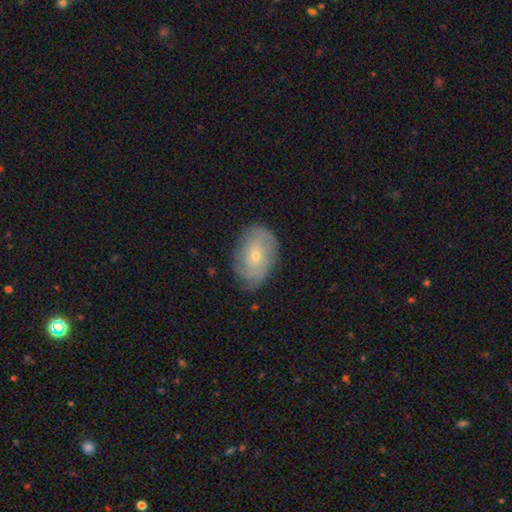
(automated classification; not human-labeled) A featured or disk galaxy (64%) with no bar (74%), tight (50%) spiral arms (84%) and a small central bulge (68%).

Vote fractions:
- Smooth or featured? featured or disk: 64% / smooth: 29% / star or artifact: 7%
- Edge-on disk? no: 96% / yes: 4%
- Bar? no: 74% / weak: 22% / strong: 4%
- Spiral arms? yes: 84% / no: 16%
- Spiral winding? tight: 50% / medium: 36% / loose: 15%
- Spiral arm count? can't tell: 40% / 2: 29% / 3: 16% / 4: 7% / 1: 5% / more than 4: 4%
- Bulge size? small: 68% / moderate: 28% / none: 1% / large: 1% / dominant: 1%
- Merging? none: 73% / minor disturbance: 20% / major disturbance: 6% / merger: 1%